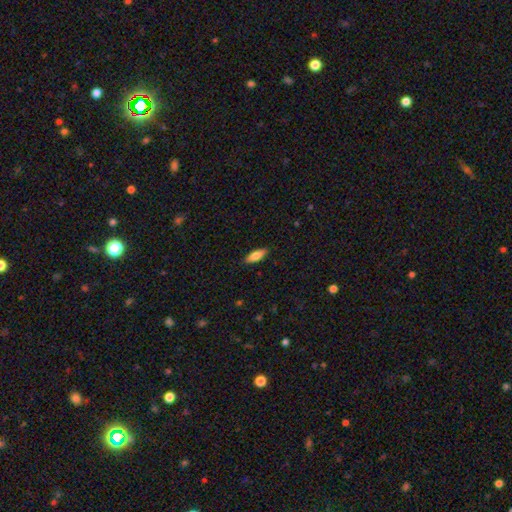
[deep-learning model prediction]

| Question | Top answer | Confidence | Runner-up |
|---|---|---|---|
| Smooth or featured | smooth | 79% | featured or disk (15%) |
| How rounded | in between | 67% | cigar-shaped (31%) |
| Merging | none | 88% | minor disturbance (9%) |